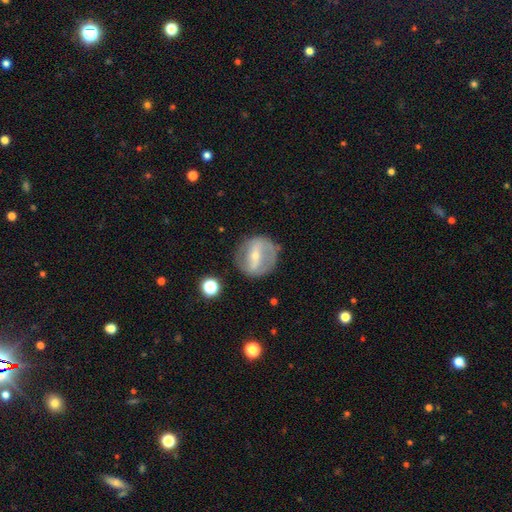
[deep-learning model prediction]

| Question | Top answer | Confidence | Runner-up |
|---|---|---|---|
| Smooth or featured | featured or disk | 66% | smooth (27%) |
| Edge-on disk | no | 94% | yes (6%) |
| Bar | strong | 48% | weak (33%) |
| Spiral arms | yes | 55% | no (45%) |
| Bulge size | small | 61% | moderate (33%) |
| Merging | none | 73% | minor disturbance (16%) |